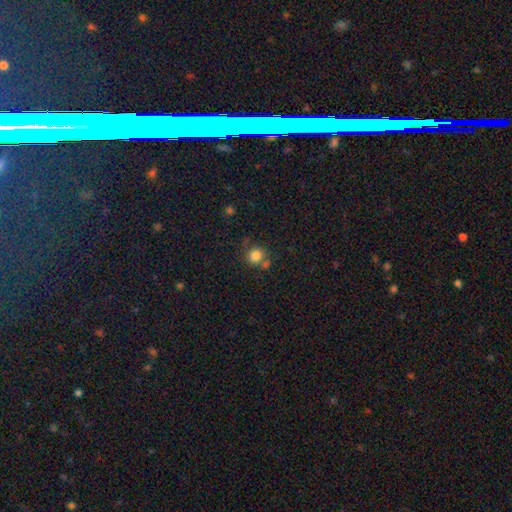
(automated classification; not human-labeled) Smooth or featured: smooth — 81% (star or artifact — 11%)
How rounded: round — 85% (in between — 14%)
Merging: none — 62% (merger — 21%)